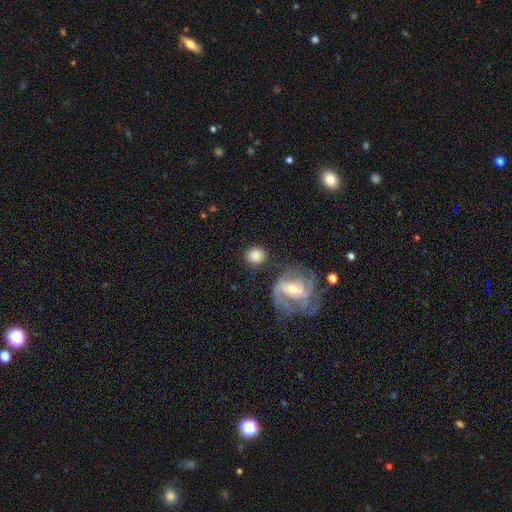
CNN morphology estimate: Smooth or featured: smooth — 76% (featured or disk — 16%)
How rounded: round — 86% (in between — 13%)
Merging: none — 71% (minor disturbance — 13%)